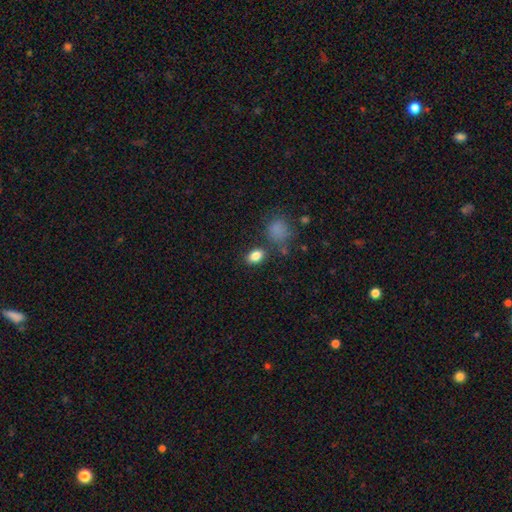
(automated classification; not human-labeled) Smooth or featured?
  - smooth: 84% *
  - star or artifact: 10%
  - featured or disk: 6%
How rounded?
  - in between: 81% *
  - round: 18%
  - cigar-shaped: 2%
Merging?
  - none: 78% *
  - minor disturbance: 12%
  - merger: 6%
  - major disturbance: 4%